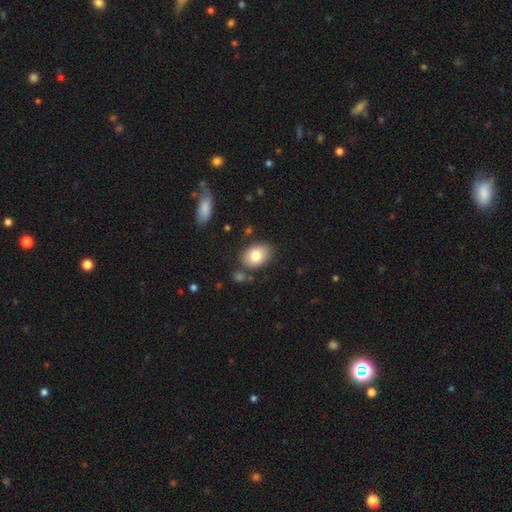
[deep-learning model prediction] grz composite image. It shows a smooth galaxy with no disk features (80%) that is in between round and cigar-shaped (79%). Merging: none (79%).